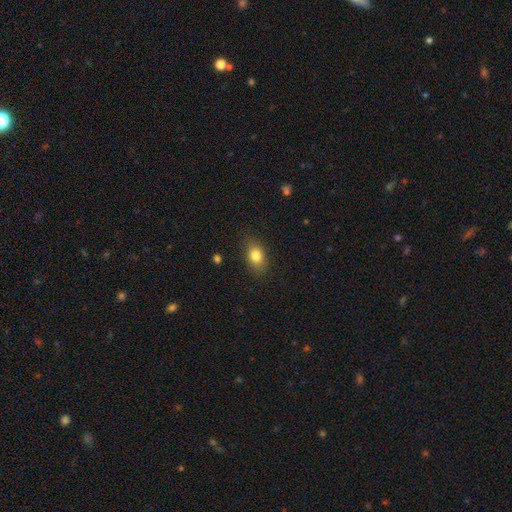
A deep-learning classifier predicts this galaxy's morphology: Smooth or featured: smooth — 82% (star or artifact — 9%)
How rounded: in between — 79% (round — 19%)
Merging: none — 83% (minor disturbance — 13%)